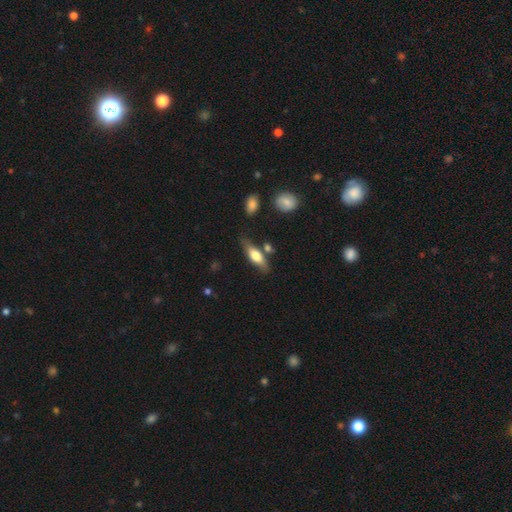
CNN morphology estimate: Smooth or featured? smooth (59%)
How rounded? in between (53%)
Merging? none (71%)